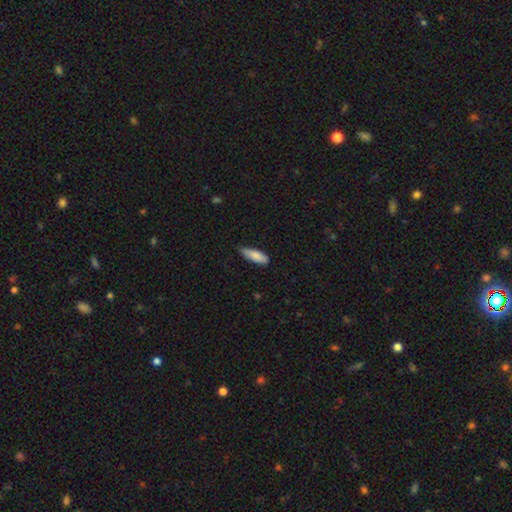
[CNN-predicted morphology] Smooth or featured?
  - smooth: 85% *
  - featured or disk: 9%
  - star or artifact: 6%
How rounded?
  - in between: 56% *
  - cigar-shaped: 43%
  - round: 2%
Merging?
  - none: 77% *
  - minor disturbance: 19%
  - major disturbance: 2%
  - merger: 1%